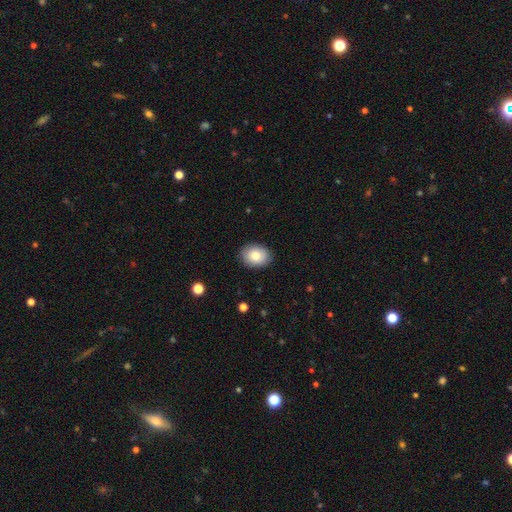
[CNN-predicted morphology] type=smooth (81%); roundness=in between (64%); merging=none (88%).